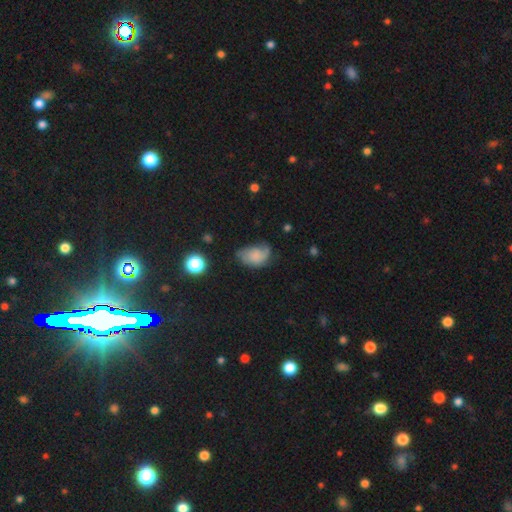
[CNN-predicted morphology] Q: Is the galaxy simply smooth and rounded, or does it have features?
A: smooth — 56%.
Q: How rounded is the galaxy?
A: in between — 81%.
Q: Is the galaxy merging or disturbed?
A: none — 42%.